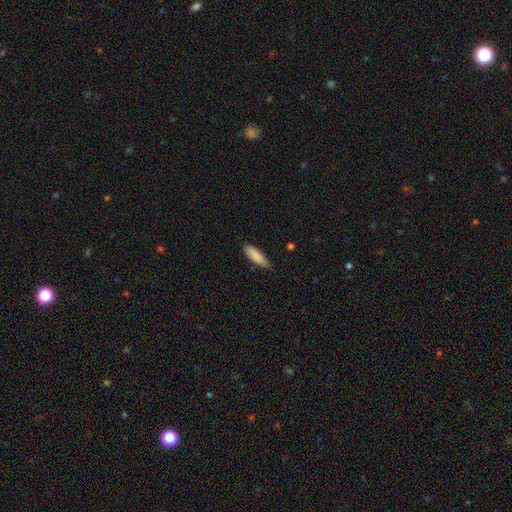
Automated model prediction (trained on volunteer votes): smooth 87%, featured or disk 7%, star or artifact 6%. Down the decision tree: how rounded — cigar-shaped (59%); merging — none (79%).